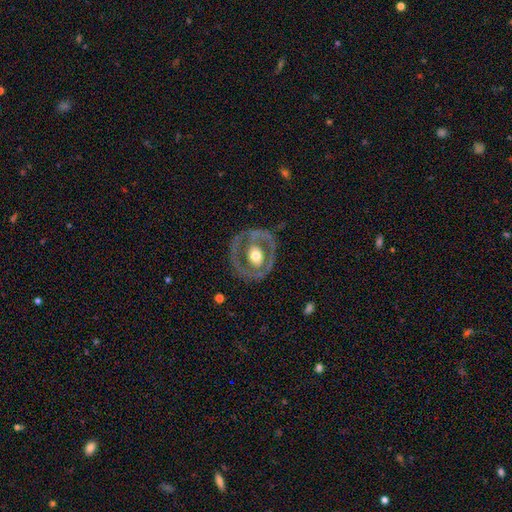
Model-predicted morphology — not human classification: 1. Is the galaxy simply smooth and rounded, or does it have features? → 65% featured or disk, 30% smooth, 5% star or artifact.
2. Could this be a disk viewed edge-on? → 95% no, 5% yes.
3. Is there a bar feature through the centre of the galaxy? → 75% no, 17% weak, 8% strong.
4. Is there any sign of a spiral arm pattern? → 79% no, 21% yes.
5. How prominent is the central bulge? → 65% moderate, 25% large, 7% small, 2% dominant, 1% none.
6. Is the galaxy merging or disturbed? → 74% none, 15% minor disturbance, 10% major disturbance, 1% merger.